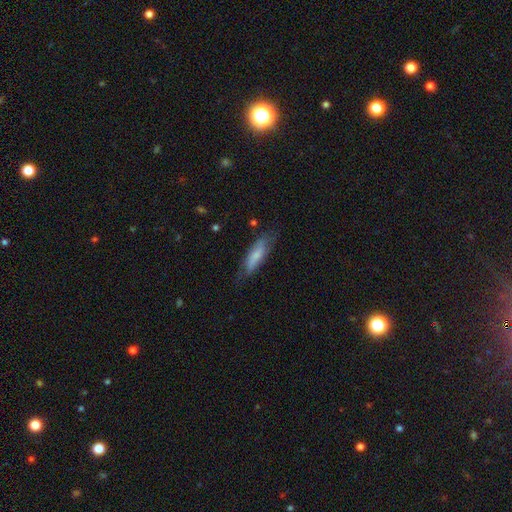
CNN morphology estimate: A smooth galaxy with no disk features (66%) that is cigar-shaped (54%).

Vote fractions:
- Smooth or featured? smooth: 66% / featured or disk: 27% / star or artifact: 7%
- How rounded? cigar-shaped: 54% / in between: 44% / round: 2%
- Merging? none: 65% / minor disturbance: 25% / major disturbance: 8% / merger: 2%